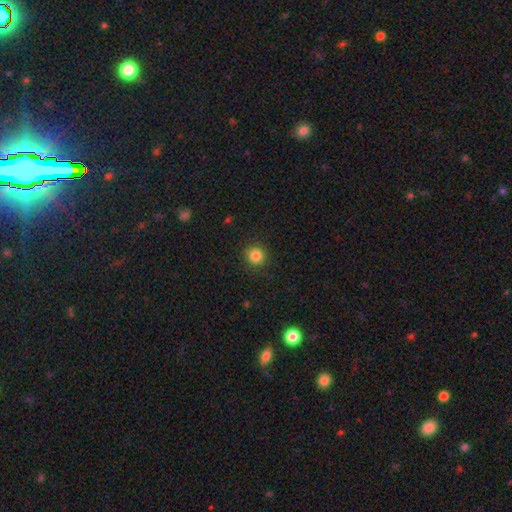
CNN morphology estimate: The model was most divided on "smooth or featured": smooth: 84%, star or artifact: 12%, featured or disk: 4%. More confident: how rounded — round (93%); merging — none (89%).